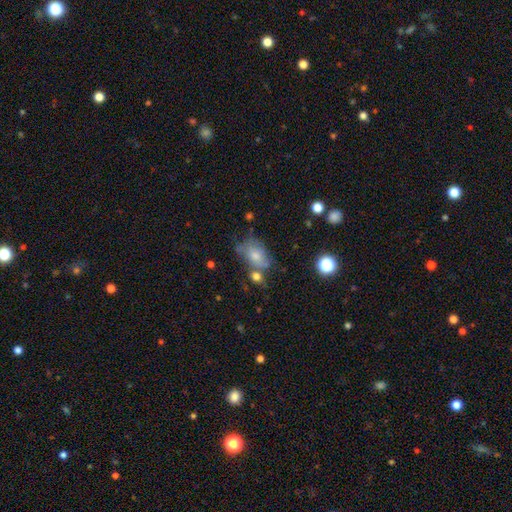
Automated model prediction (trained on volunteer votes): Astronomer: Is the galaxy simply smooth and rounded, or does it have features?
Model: smooth — 67%.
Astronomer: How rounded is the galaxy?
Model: in between — 83%.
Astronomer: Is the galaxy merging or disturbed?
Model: none — 40% (runner-up: minor disturbance, 26%).